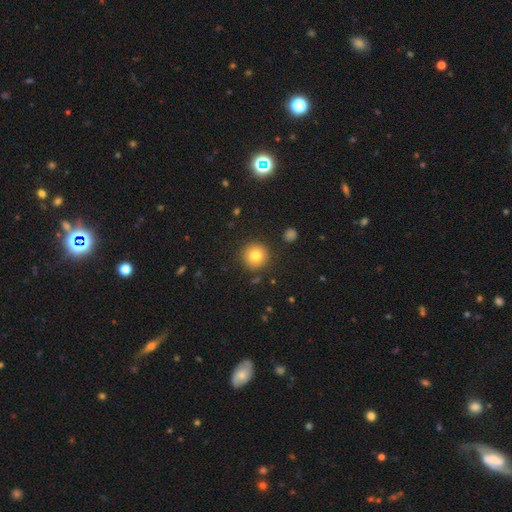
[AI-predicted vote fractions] smooth-or-featured: smooth: 80% | star or artifact: 11% | featured or disk: 9%
  how-rounded: round: 95% | in between: 4% | cigar-shaped: 1%
  merging: none: 90% | minor disturbance: 6% | major disturbance: 2% | merger: 2%